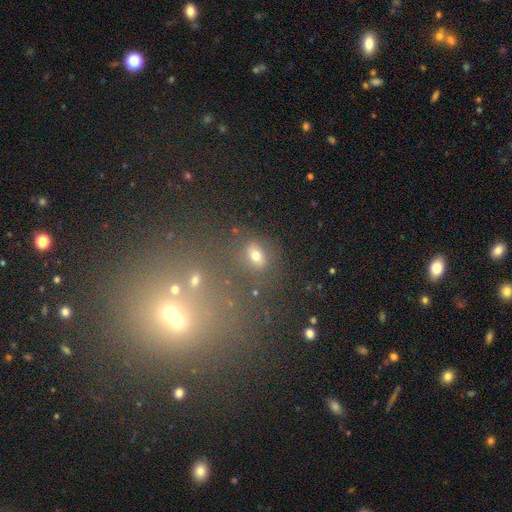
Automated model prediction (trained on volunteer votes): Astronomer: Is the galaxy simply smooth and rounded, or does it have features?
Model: smooth — 66%.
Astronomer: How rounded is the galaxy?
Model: in between — 73%.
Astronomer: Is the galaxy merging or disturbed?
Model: none — 75%.